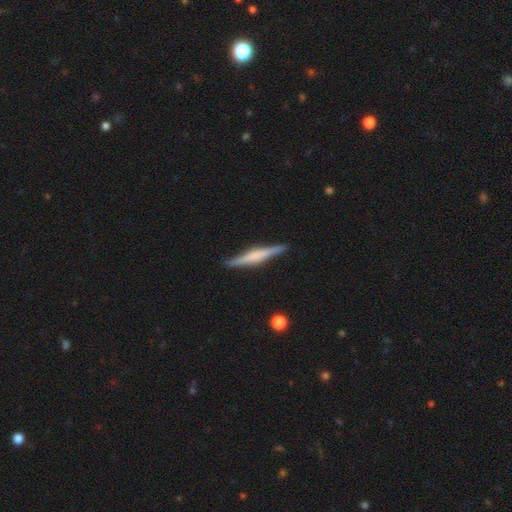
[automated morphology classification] Smooth or featured? Predicted: featured or disk (p=0.69). Edge-on disk? Predicted: yes (p=0.98). Edge-on bulge? Predicted: rounded (p=0.48). Merging? Predicted: none (p=0.90).